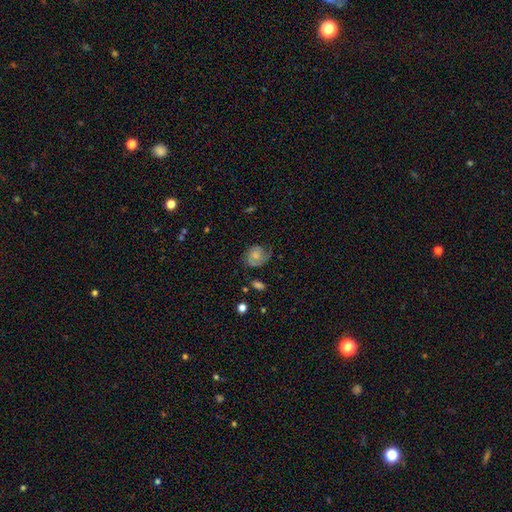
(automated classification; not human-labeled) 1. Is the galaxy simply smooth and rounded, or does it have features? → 49% featured or disk, 42% smooth, 9% star or artifact.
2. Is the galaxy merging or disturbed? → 54% none, 28% minor disturbance, 16% major disturbance, 3% merger.